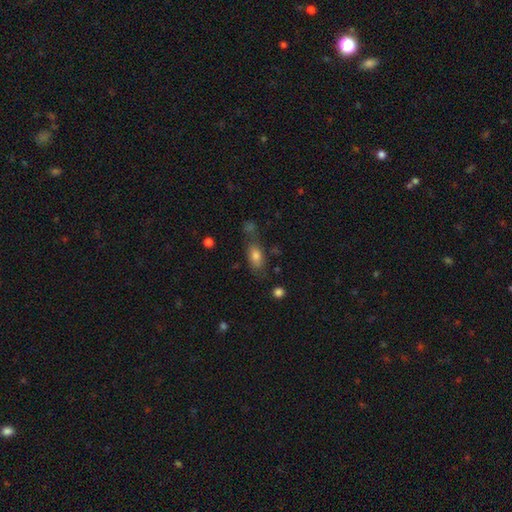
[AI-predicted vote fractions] Smooth or featured? Predicted: smooth (p=0.78). How rounded? Predicted: in between (p=0.83). Merging? Predicted: none (p=0.59).